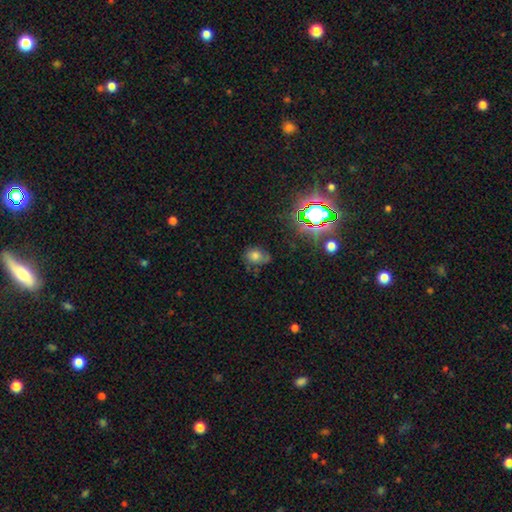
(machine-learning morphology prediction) A smooth galaxy with no disk features (63%) that is in between round and cigar-shaped (55%). Merging: none (53%).